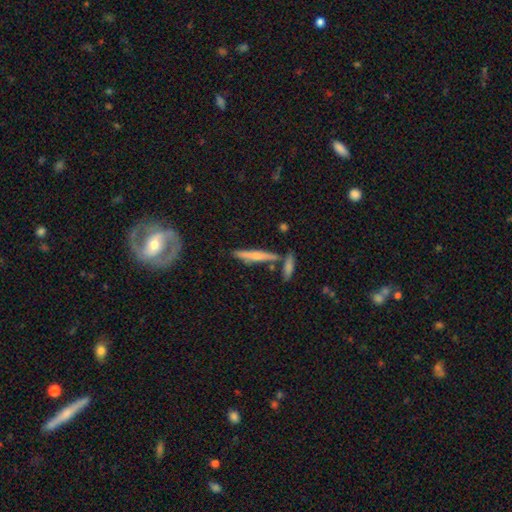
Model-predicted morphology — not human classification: Smooth or featured?
  - smooth: 50% *
  - featured or disk: 43%
  - star or artifact: 7%
How rounded?
  - cigar-shaped: 91% *
  - in between: 7%
  - round: 2%
Merging?
  - none: 72% *
  - merger: 12%
  - minor disturbance: 12%
  - major disturbance: 3%